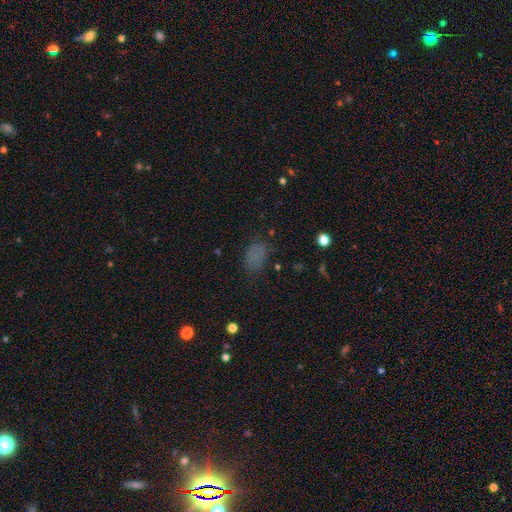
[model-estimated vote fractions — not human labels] This appears to be a smooth galaxy with no disk features (70%) that is in between round and cigar-shaped (84%). Merging: none (63%).